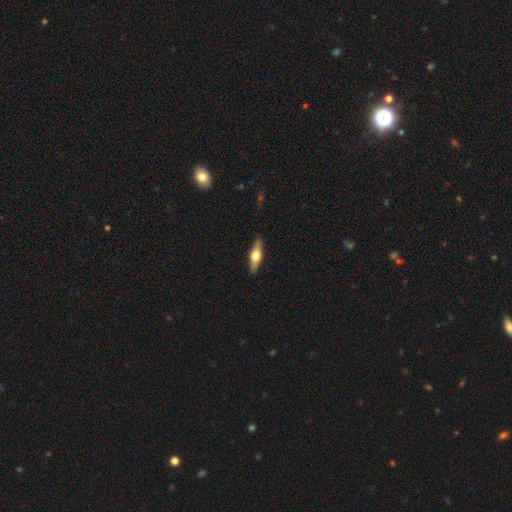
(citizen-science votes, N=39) Smooth or featured? featured or disk (64%)
Edge-on disk? yes (100%)
Edge-on bulge? rounded (80%)
Merging? none (89%)